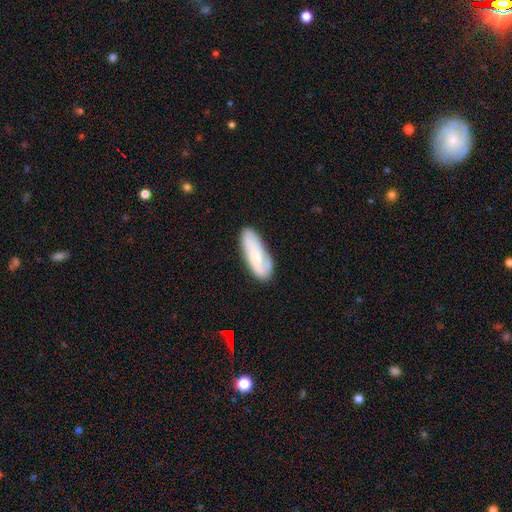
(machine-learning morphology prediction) A smooth galaxy with no disk features (55%) that is in between round and cigar-shaped (72%).

Vote fractions:
- Smooth or featured? smooth: 55% / featured or disk: 39% / star or artifact: 6%
- How rounded? in between: 72% / cigar-shaped: 26% / round: 2%
- Merging? none: 74% / minor disturbance: 19% / major disturbance: 5% / merger: 2%